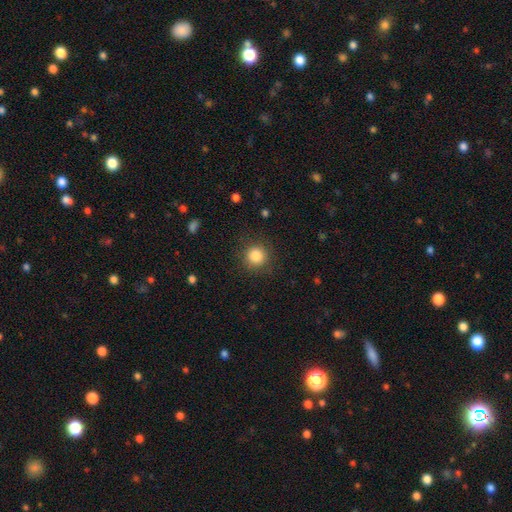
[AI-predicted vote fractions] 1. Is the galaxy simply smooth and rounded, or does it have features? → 84% smooth, 11% star or artifact, 5% featured or disk.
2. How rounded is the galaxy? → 93% round, 6% in between, 1% cigar-shaped.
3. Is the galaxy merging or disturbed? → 88% none, 8% minor disturbance, 3% major disturbance, 1% merger.